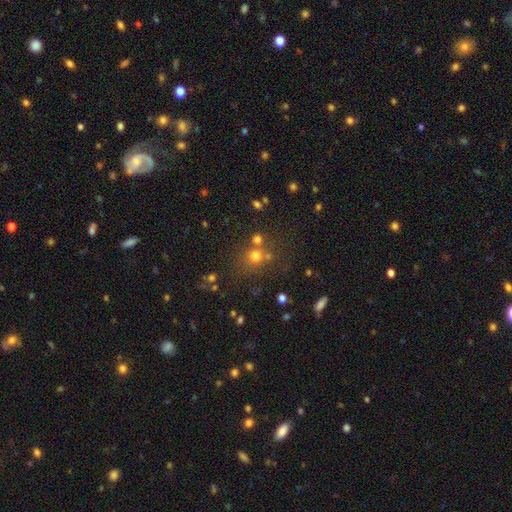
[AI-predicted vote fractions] Smooth or featured?
  - smooth: 68% *
  - star or artifact: 22%
  - featured or disk: 10%
How rounded?
  - round: 87% *
  - in between: 12%
  - cigar-shaped: 1%
Merging?
  - none: 63% *
  - merger: 22%
  - minor disturbance: 10%
  - major disturbance: 5%